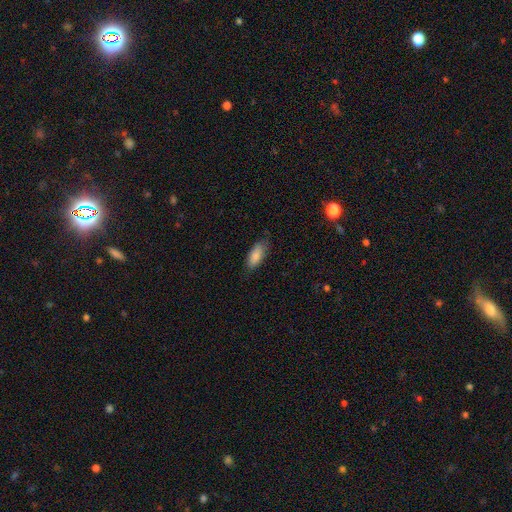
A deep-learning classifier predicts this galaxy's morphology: This is clearly a smooth galaxy (85%). How rounded: clearly in between (83%). Merging: likely none (75%).